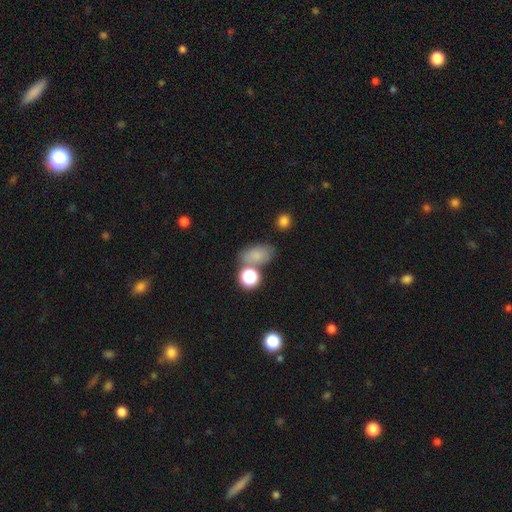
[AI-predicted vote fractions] A smooth galaxy with no disk features (77%) that is in between round and cigar-shaped (81%). Merging: none (59%).